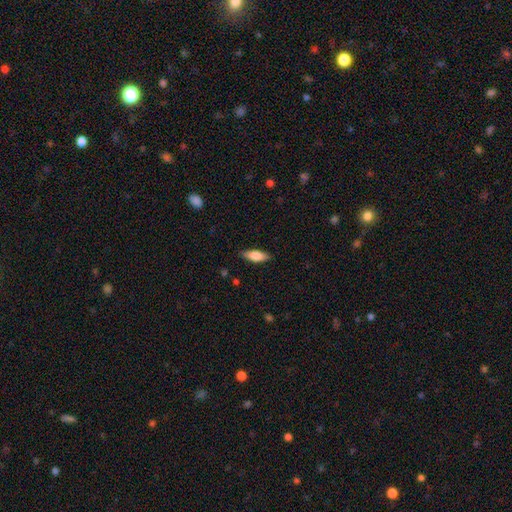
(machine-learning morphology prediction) type=smooth (76%); roundness=in between (65%); merging=none (86%).